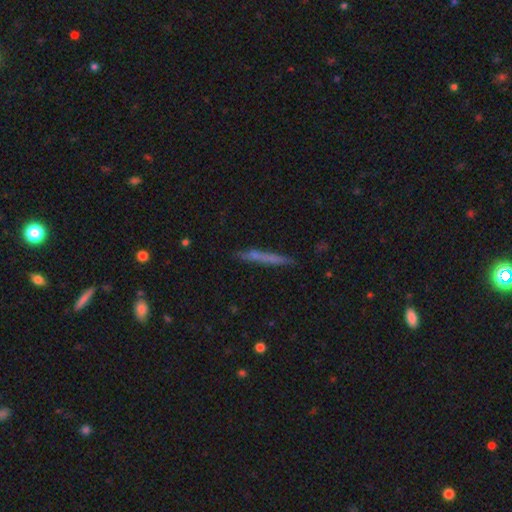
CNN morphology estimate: Smooth or featured? smooth (57%)
How rounded? cigar-shaped (95%)
Merging? none (85%)